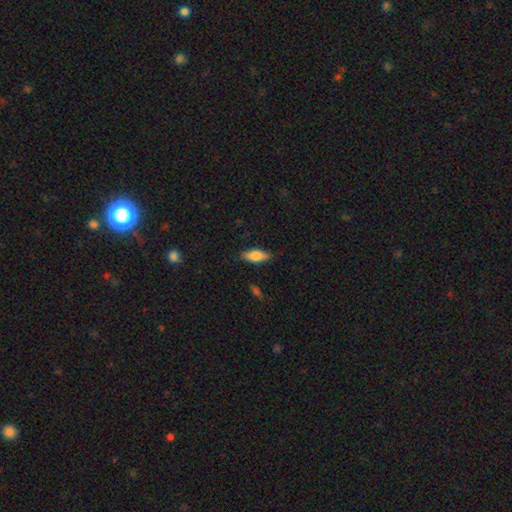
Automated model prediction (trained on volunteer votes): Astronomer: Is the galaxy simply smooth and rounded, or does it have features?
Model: smooth — 76%.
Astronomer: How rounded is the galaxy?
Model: in between — 74%.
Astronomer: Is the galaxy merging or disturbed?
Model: none — 85%.